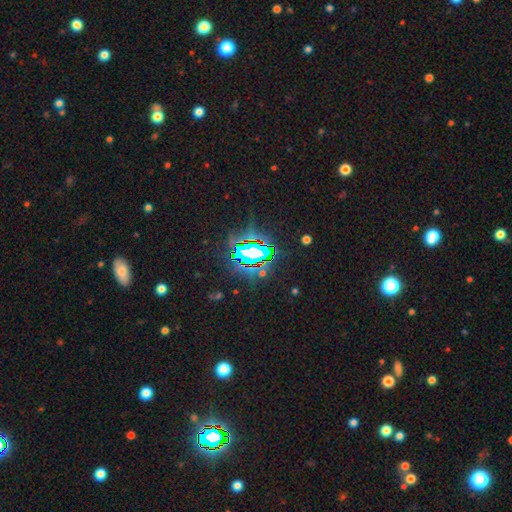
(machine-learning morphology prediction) star or artifact 77%, smooth 12%, featured or disk 11%.